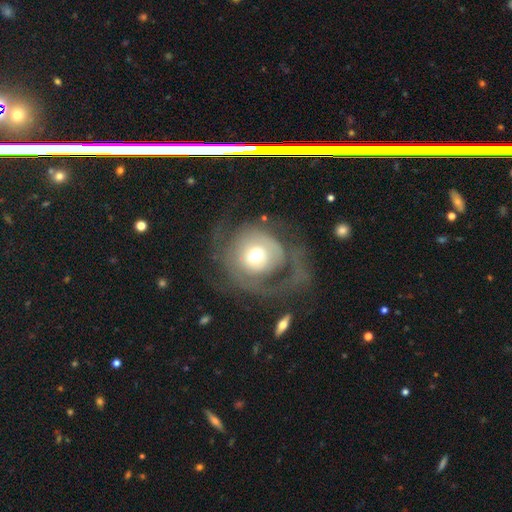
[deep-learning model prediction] Morphology: type=featured or disk (56%); edge-on=no (96%); bar=no (84%); spiral arms=yes (53%); bulge=moderate (63%); merging=major disturbance (49%).